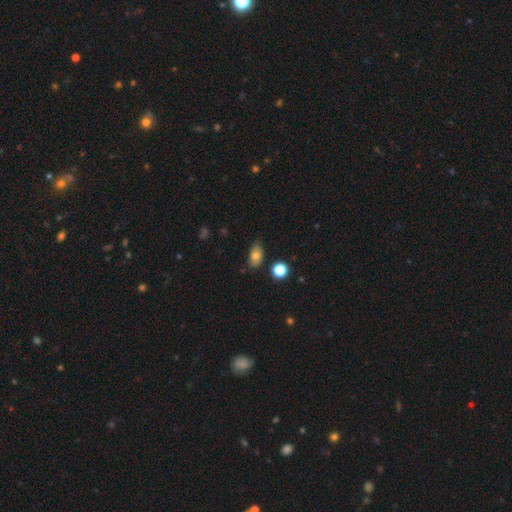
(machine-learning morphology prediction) type=smooth (76%); roundness=in between (86%); merging=none (73%).